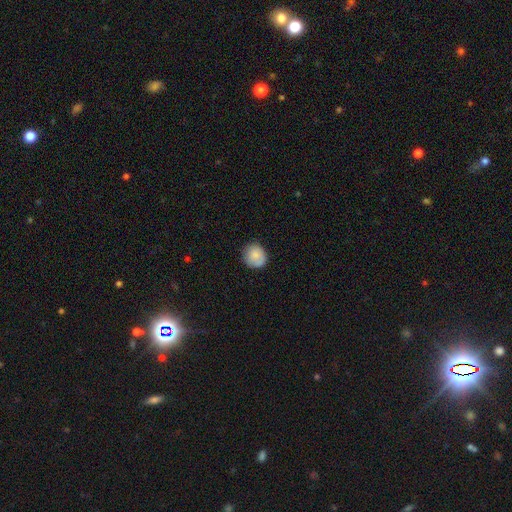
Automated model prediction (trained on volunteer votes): The model was most divided on "merging": none: 79%, minor disturbance: 16%, major disturbance: 4%, merger: 1%. More confident: how rounded — round (87%); smooth or featured — smooth (82%).